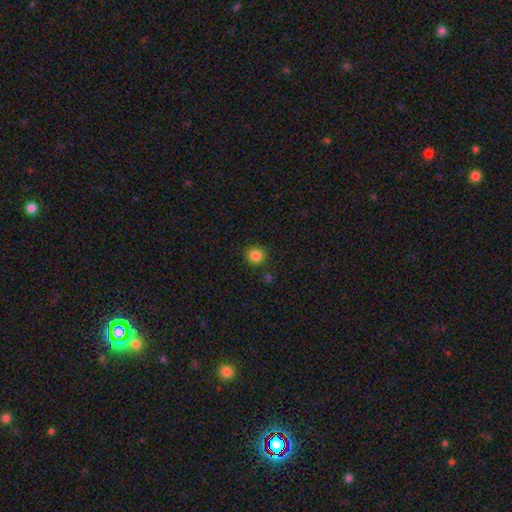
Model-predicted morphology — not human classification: Smooth or featured: smooth — 85% (star or artifact — 11%)
How rounded: round — 91% (in between — 9%)
Merging: none — 88% (minor disturbance — 7%)